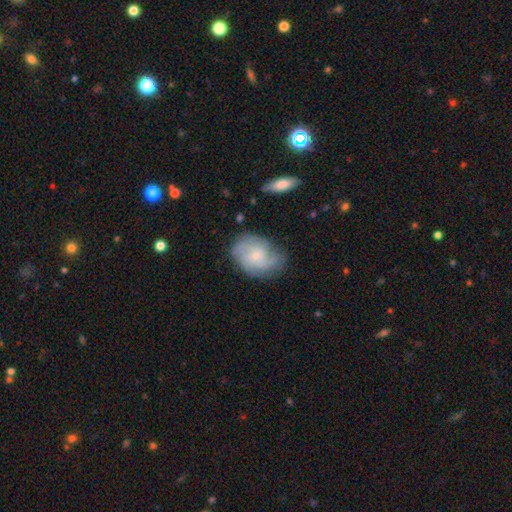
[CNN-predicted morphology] Smooth or featured?
  - featured or disk: 59% *
  - smooth: 34%
  - star or artifact: 7%
Edge-on disk?
  - no: 97% *
  - yes: 3%
Bar?
  - no: 67% *
  - weak: 29%
  - strong: 3%
Spiral arms?
  - yes: 87% *
  - no: 13%
Spiral winding?
  - medium: 42% *
  - tight: 38%
  - loose: 20%
Spiral arm count?
  - can't tell: 35% *
  - 2: 23%
  - 3: 23%
  - 4: 9%
  - 1: 5%
  - more than 4: 4%
Bulge size?
  - small: 65% *
  - moderate: 23%
  - none: 9%
  - large: 2%
  - dominant: 1%
Merging?
  - none: 66% *
  - minor disturbance: 24%
  - major disturbance: 8%
  - merger: 2%